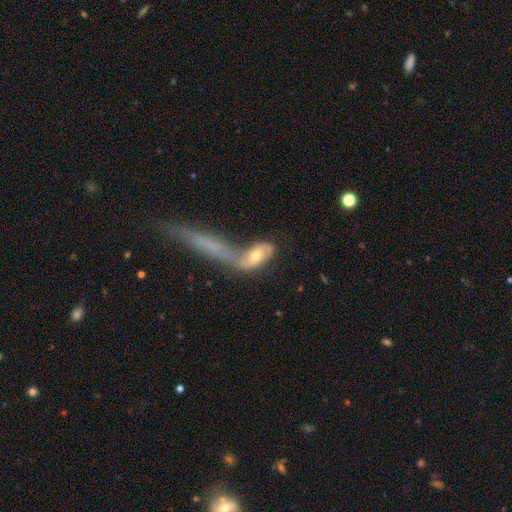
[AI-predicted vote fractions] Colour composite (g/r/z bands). It shows a featured or disk galaxy (46%, tied with smooth). Merging: merger (52%).